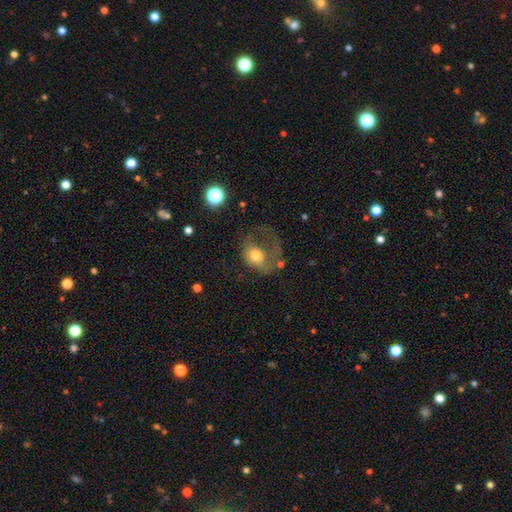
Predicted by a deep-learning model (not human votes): Smooth or featured: smooth — 57% (featured or disk — 33%)
How rounded: in between — 50% (round — 49%)
Merging: major disturbance — 60% (none — 19%)